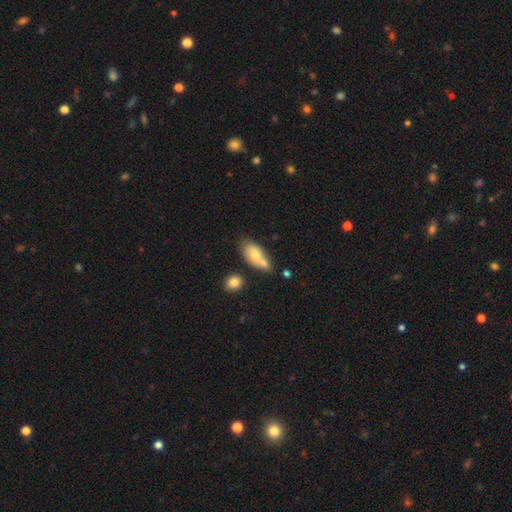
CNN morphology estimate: This appears to be a smooth galaxy with no disk features (67%) that is in between round and cigar-shaped (86%). Merging: merger (45%).